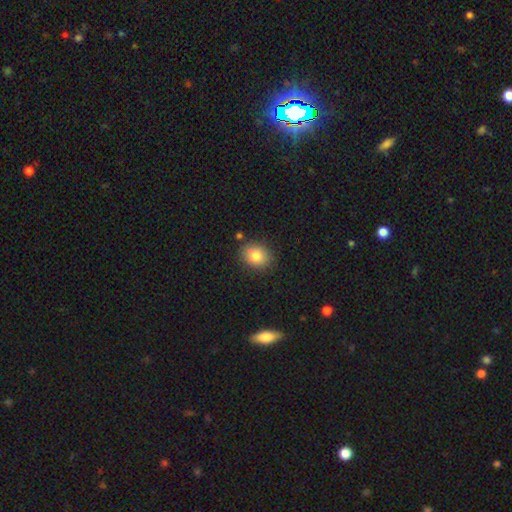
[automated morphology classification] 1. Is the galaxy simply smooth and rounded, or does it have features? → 80% smooth, 10% star or artifact, 10% featured or disk.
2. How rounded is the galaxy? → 57% round, 42% in between, 1% cigar-shaped.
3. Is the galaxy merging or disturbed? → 80% none, 12% minor disturbance, 5% merger, 3% major disturbance.